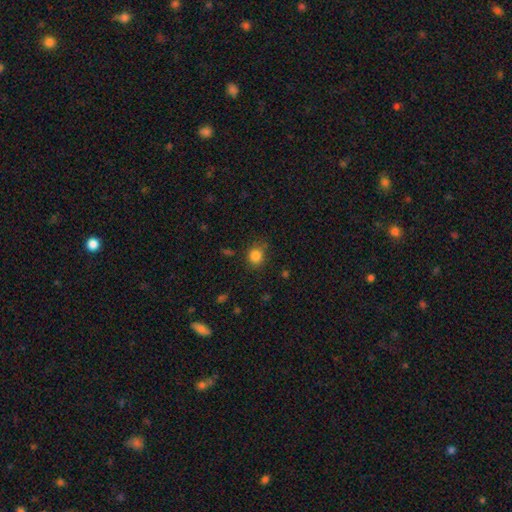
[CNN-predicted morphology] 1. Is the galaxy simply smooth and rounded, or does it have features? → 84% smooth, 11% star or artifact, 4% featured or disk.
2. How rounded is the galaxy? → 80% round, 19% in between, 1% cigar-shaped.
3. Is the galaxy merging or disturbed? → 75% none, 17% minor disturbance, 5% major disturbance, 2% merger.